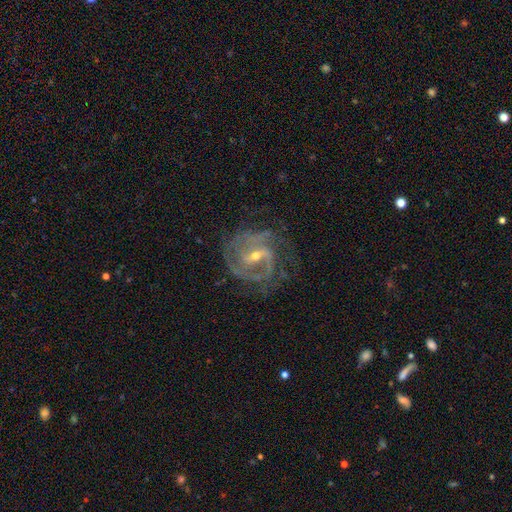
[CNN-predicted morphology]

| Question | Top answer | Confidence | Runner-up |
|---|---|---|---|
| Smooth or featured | featured or disk | 89% | star or artifact (6%) |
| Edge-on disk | no | 97% | yes (3%) |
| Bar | weak | 45% | strong (37%) |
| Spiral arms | yes | 95% | no (5%) |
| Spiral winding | medium | 47% | tight (39%) |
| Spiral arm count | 2 | 45% | 3 (21%) |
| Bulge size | small | 57% | moderate (40%) |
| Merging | none | 61% | minor disturbance (21%) |